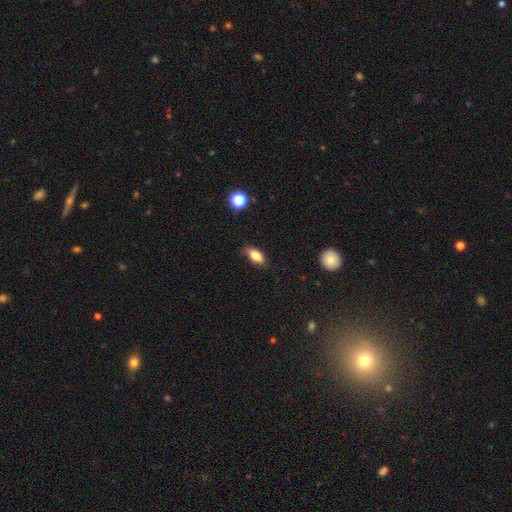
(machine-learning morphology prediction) A smooth galaxy with no disk features (78%) that is in between round and cigar-shaped (86%). Merging: none (71%).